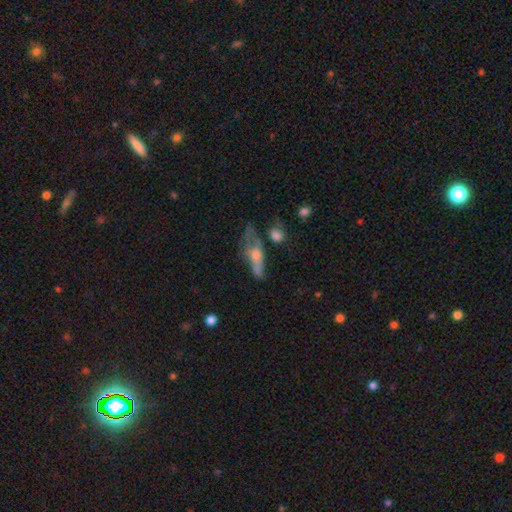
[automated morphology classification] Q: Smooth or featured?
A: featured or disk (45%); runner-up: smooth (43%)
Q: Merging?
A: major disturbance (32%); runner-up: none (29%)